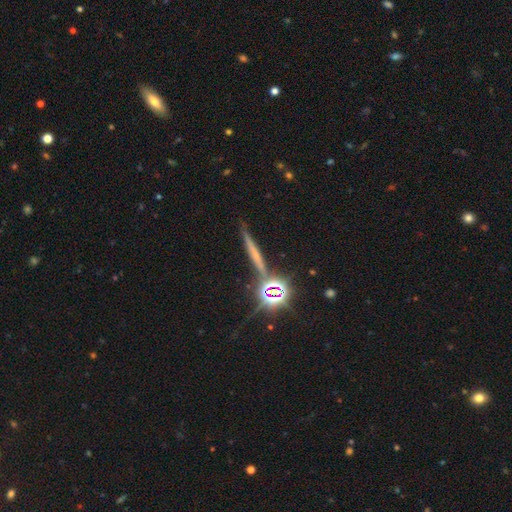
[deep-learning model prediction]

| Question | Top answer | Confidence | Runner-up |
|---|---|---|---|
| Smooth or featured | featured or disk | 34% | star or artifact (33%) |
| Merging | none | 80% | minor disturbance (10%) |